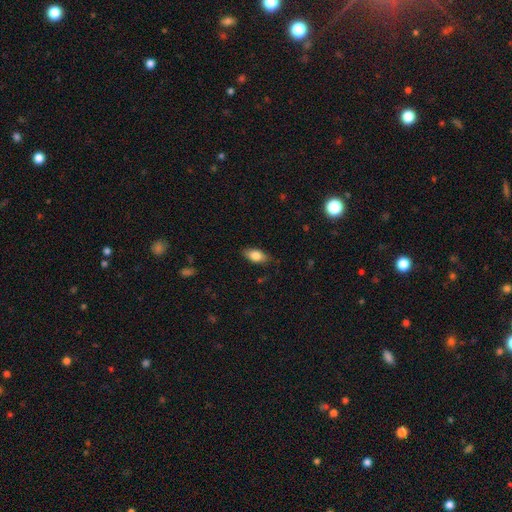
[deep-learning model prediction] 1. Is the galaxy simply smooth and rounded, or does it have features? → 81% smooth, 12% featured or disk, 7% star or artifact.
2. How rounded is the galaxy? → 88% in between, 7% cigar-shaped, 5% round.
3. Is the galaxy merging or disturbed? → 82% none, 14% minor disturbance, 3% major disturbance, 1% merger.